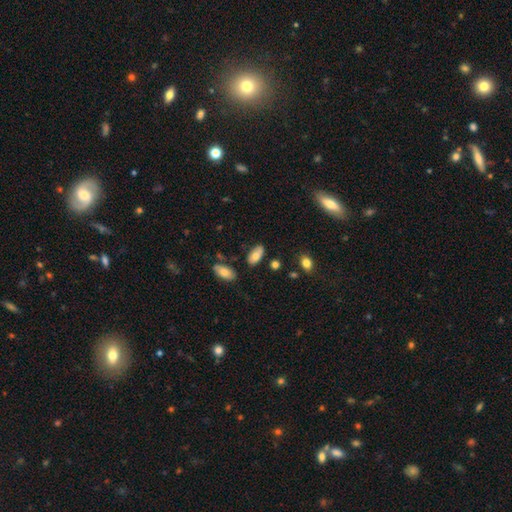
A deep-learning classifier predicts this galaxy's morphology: The model was most divided on "smooth or featured": smooth: 74%, featured or disk: 18%, star or artifact: 8%. More confident: how rounded — in between (91%); merging — none (75%).